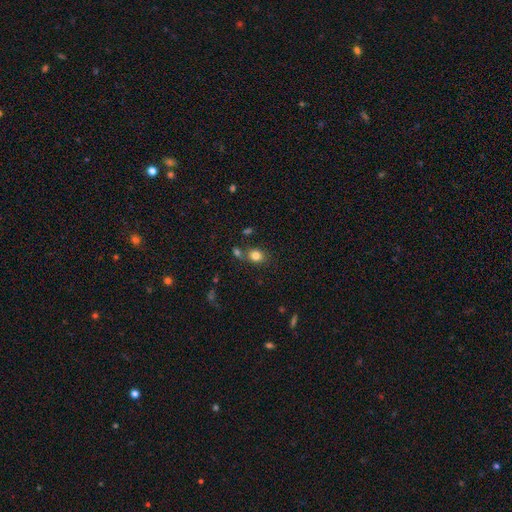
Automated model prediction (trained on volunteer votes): The model was most divided on "how rounded": round: 52%, in between: 47%, cigar-shaped: 1%. More confident: smooth or featured — smooth (82%); merging — none (65%).